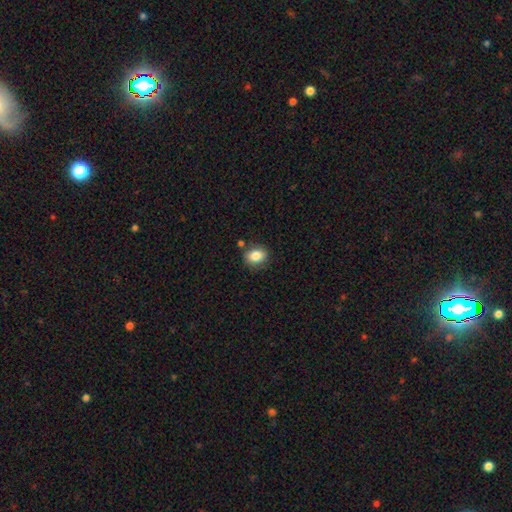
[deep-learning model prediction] smooth 84%, star or artifact 9%, featured or disk 7%. Down the decision tree: how rounded — round (51%); merging — none (79%).